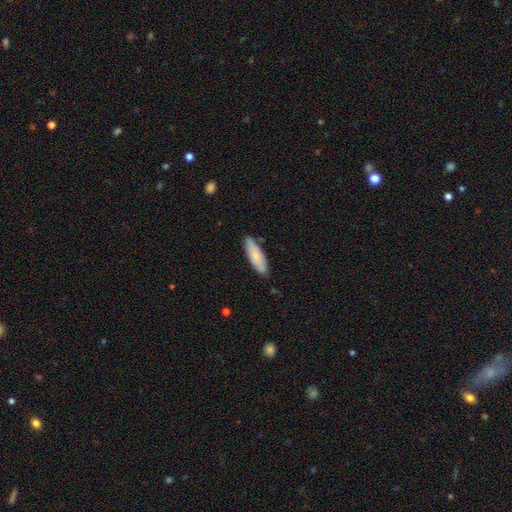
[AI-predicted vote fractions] Smooth or featured?
  - smooth: 77% *
  - featured or disk: 18%
  - star or artifact: 6%
How rounded?
  - cigar-shaped: 52% *
  - in between: 47%
  - round: 1%
Merging?
  - none: 81% *
  - minor disturbance: 15%
  - major disturbance: 2%
  - merger: 2%